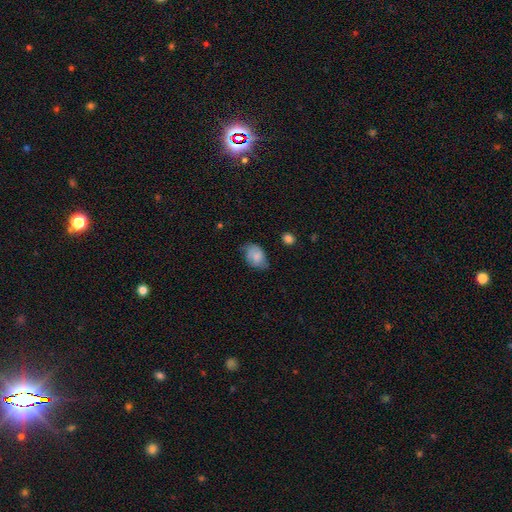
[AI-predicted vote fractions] Smooth or featured? smooth (78%)
How rounded? in between (83%)
Merging? none (56%)